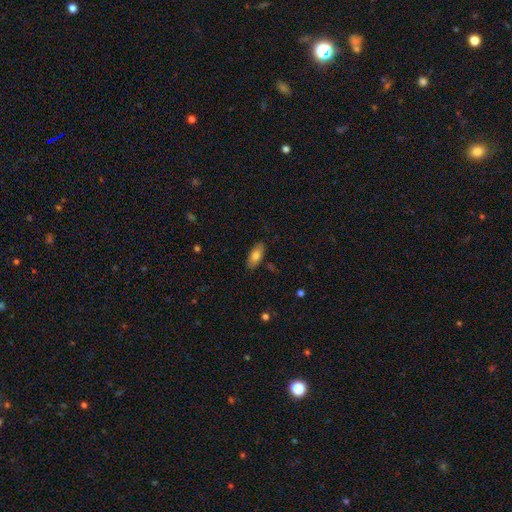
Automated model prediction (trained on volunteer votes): Morphology: type=smooth (74%); roundness=in between (88%); merging=none (83%).